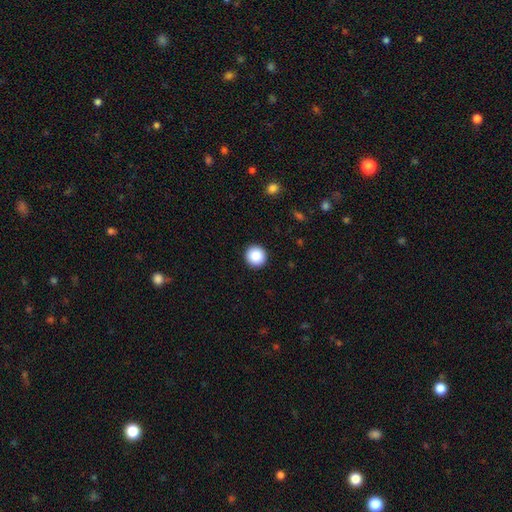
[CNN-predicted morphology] Smooth or featured? smooth (87%)
How rounded? round (96%)
Merging? none (93%)